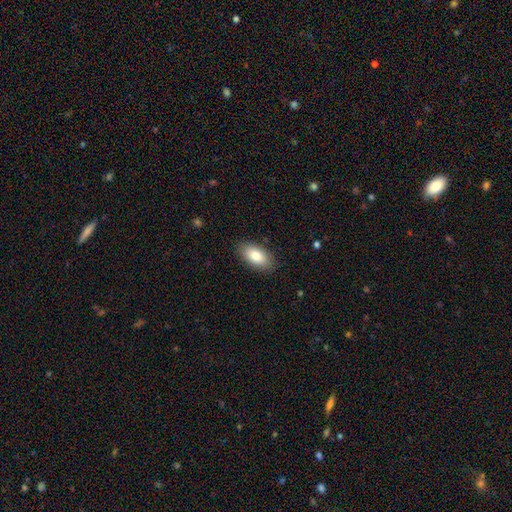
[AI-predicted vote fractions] smooth_or_featured: smooth (p=0.81) [alt: featured or disk p=0.12]
how_rounded: in between (p=0.92) [alt: cigar-shaped p=0.04]
merging: none (p=0.87) [alt: minor disturbance p=0.09]